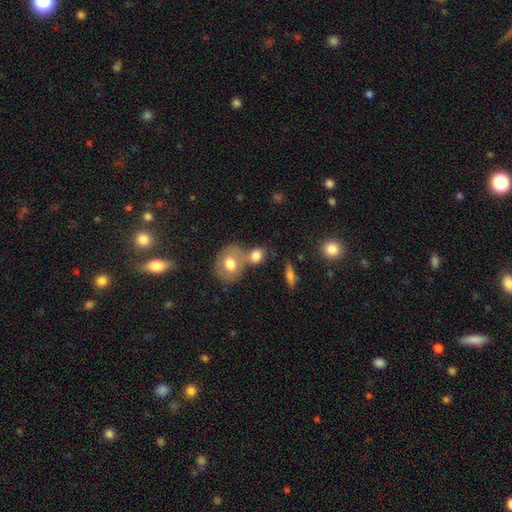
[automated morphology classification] Smooth or featured?
  - smooth: 75% *
  - featured or disk: 16%
  - star or artifact: 9%
How rounded?
  - round: 49% *
  - in between: 48%
  - cigar-shaped: 3%
Merging?
  - merger: 43% *
  - none: 40%
  - minor disturbance: 12%
  - major disturbance: 6%